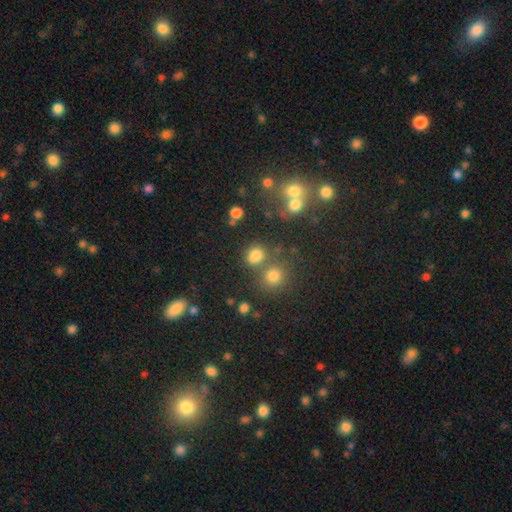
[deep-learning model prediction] smooth 75%, star or artifact 18%, featured or disk 7%. Down the decision tree: how rounded — round (57%); merging — none (61%).